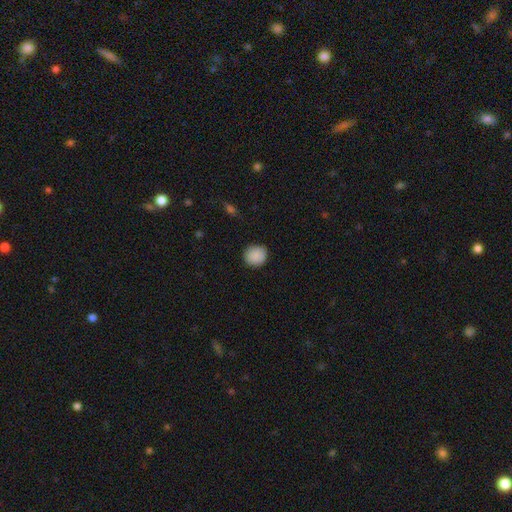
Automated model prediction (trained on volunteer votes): smooth 89%, star or artifact 7%, featured or disk 3%. Down the decision tree: how rounded — round (89%); merging — none (89%).